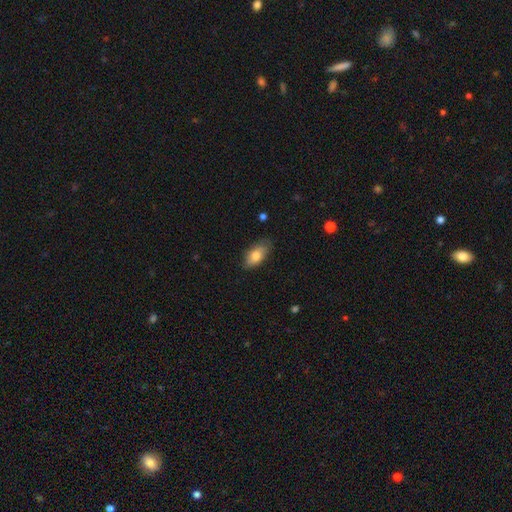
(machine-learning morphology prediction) Smooth or featured? smooth (77%)
How rounded? in between (91%)
Merging? none (76%)